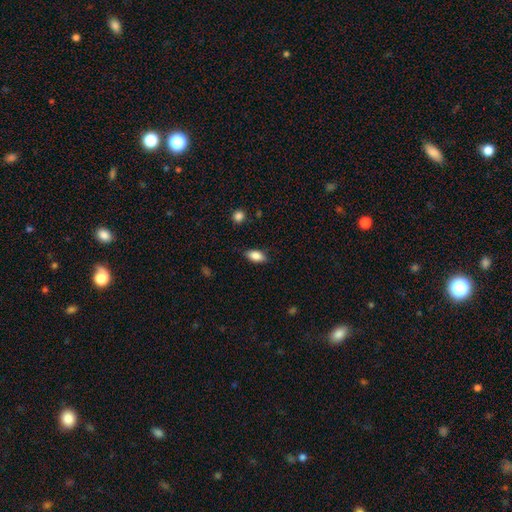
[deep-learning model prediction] smooth-or-featured: smooth: 85% | star or artifact: 8% | featured or disk: 7%
  how-rounded: in between: 89% | cigar-shaped: 6% | round: 5%
  merging: none: 83% | minor disturbance: 13% | major disturbance: 3% | merger: 1%